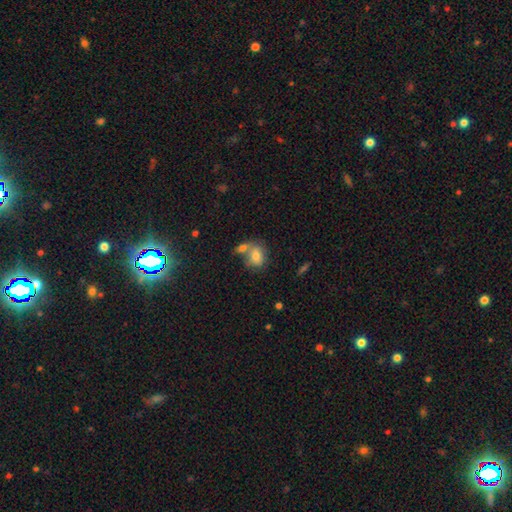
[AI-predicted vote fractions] smooth 76%, featured or disk 16%, star or artifact 9%. Down the decision tree: how rounded — in between (64%); merging — merger (43%).